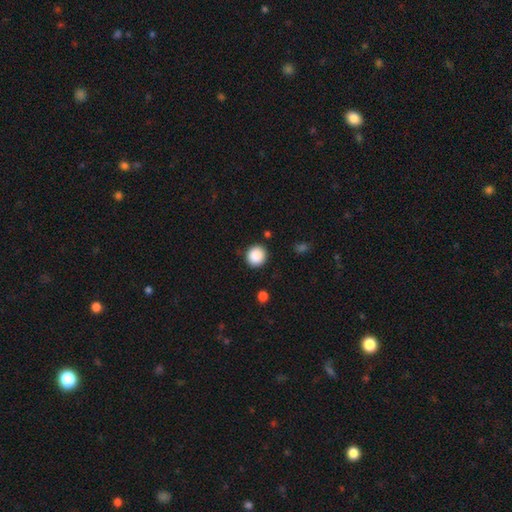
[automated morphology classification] smooth_or_featured: smooth (p=0.89) [alt: star or artifact p=0.08]
how_rounded: round (p=0.91) [alt: in between p=0.08]
merging: none (p=0.90) [alt: minor disturbance p=0.06]